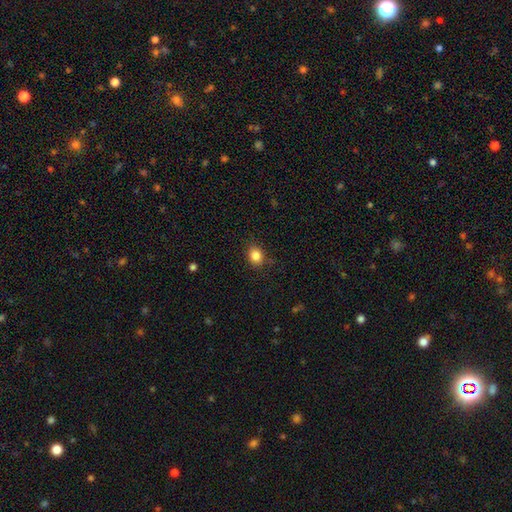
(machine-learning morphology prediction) smooth_or_featured: smooth (p=0.85) [alt: star or artifact p=0.10]
how_rounded: round (p=0.50) [alt: in between p=0.49]
merging: none (p=0.83) [alt: minor disturbance p=0.13]